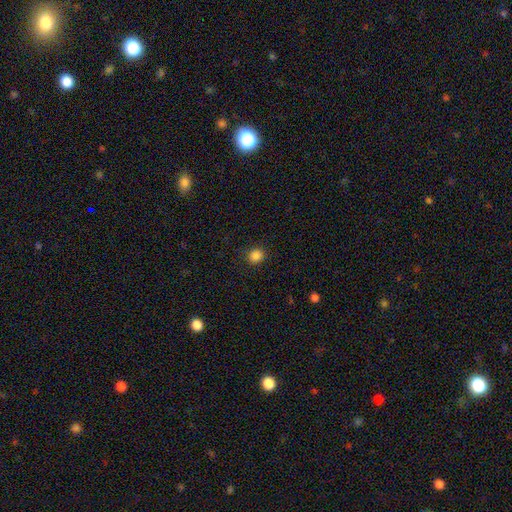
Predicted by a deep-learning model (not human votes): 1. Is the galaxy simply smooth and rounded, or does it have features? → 85% smooth, 11% star or artifact, 3% featured or disk.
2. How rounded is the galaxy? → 81% round, 18% in between, 1% cigar-shaped.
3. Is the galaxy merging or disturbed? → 89% none, 7% minor disturbance, 2% major disturbance, 1% merger.